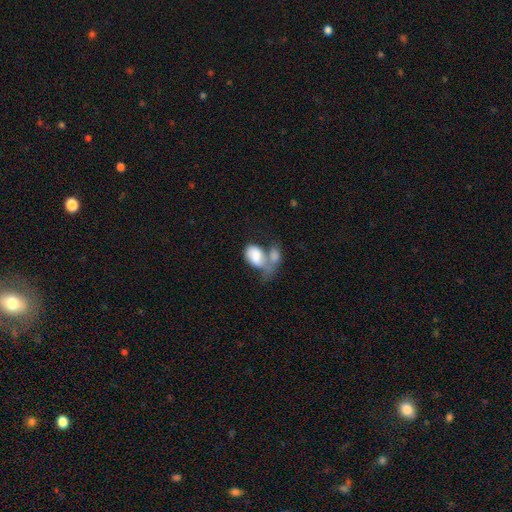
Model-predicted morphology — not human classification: This is likely a smooth galaxy (68%). How rounded: clearly in between (85%). Merging: likely merger (65%).